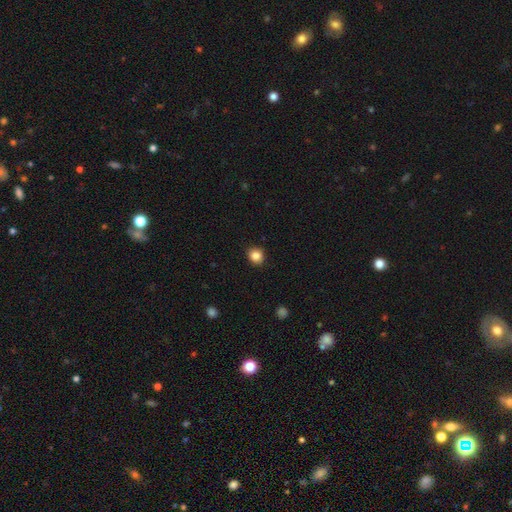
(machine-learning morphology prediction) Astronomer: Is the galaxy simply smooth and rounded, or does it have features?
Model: smooth — 86%.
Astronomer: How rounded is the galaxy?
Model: round — 76%.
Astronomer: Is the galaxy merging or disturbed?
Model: none — 89%.